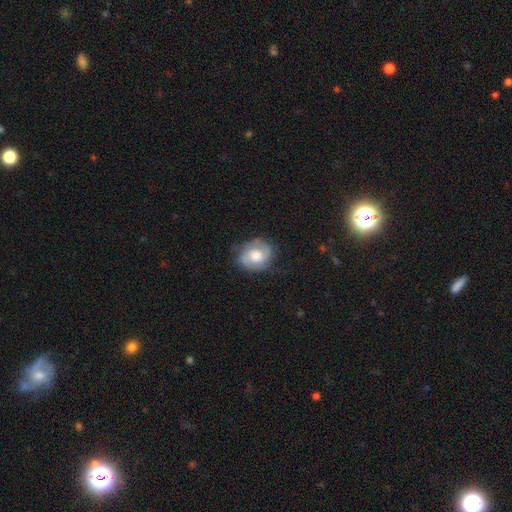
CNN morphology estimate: The model was most divided on "spiral winding": medium: 43%, tight: 41%, loose: 16%. Remaining: edge-on disk — no (98%); spiral arms — yes (90%); spiral arm count — 2 (83%); smooth or featured — featured or disk (69%); merging — none (68%); bar — no (66%); bulge size — moderate (49%).